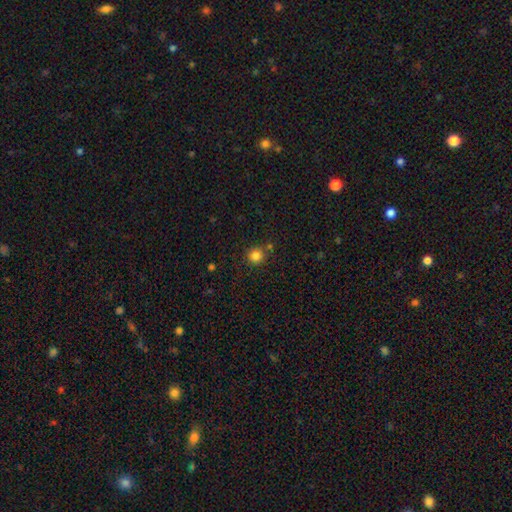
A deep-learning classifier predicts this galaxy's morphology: Overall: smooth (83%). How rounded: round (93%). Merging: none (80%).